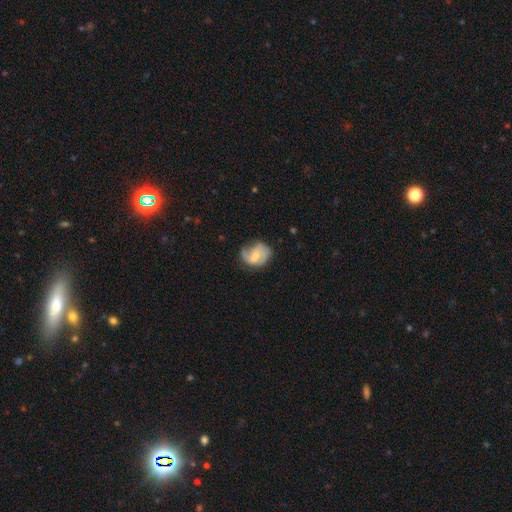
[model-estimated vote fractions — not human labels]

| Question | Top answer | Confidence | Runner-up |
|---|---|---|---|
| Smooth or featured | featured or disk | 61% | smooth (32%) |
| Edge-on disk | no | 98% | yes (2%) |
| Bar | no | 45% | tied: weak (45%) |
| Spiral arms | yes | 83% | no (17%) |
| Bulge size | small | 45% | moderate (36%) |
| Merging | none | 47% | minor disturbance (29%) |